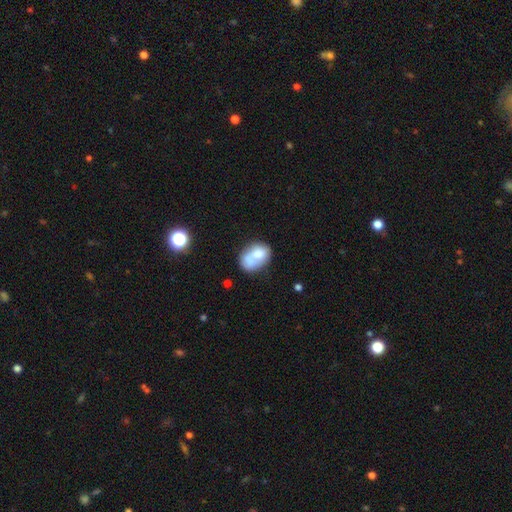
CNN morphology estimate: smooth 67%, featured or disk 25%, star or artifact 8%. Down the decision tree: how rounded — in between (71%); merging — merger (44%).